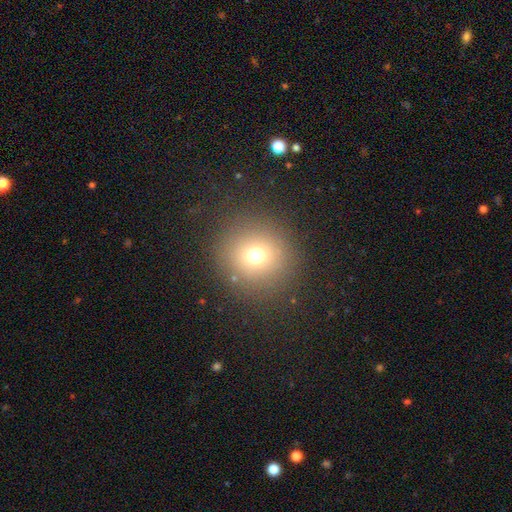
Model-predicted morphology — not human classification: This appears to be a smooth galaxy with no disk features (70%) that is round (93%). Merging: none (87%).